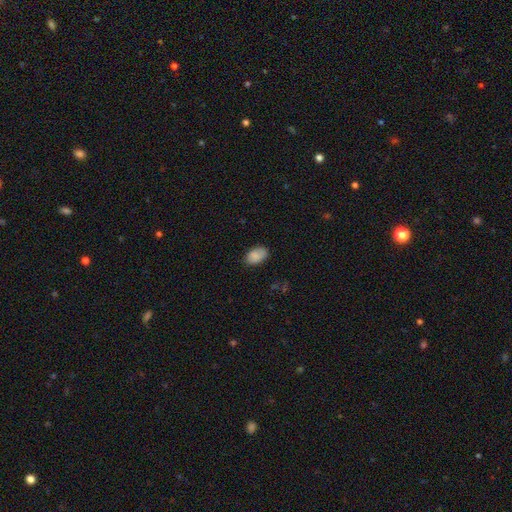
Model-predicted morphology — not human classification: This is clearly a smooth galaxy (86%). How rounded: clearly in between (92%). Merging: likely none (79%).